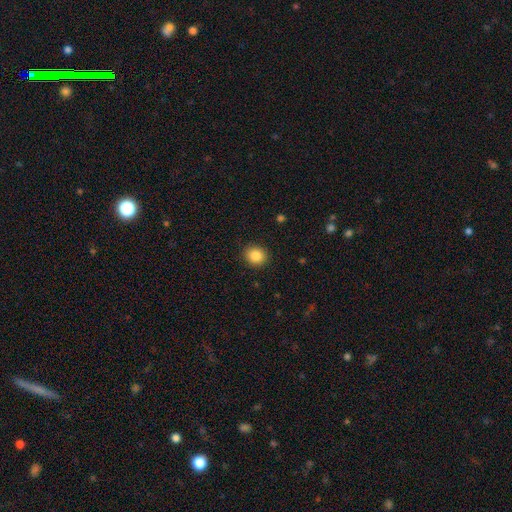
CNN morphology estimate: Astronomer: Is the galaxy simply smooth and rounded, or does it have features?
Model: smooth — 85%.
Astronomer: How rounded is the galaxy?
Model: round — 82%.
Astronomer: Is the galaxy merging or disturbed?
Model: none — 91%.